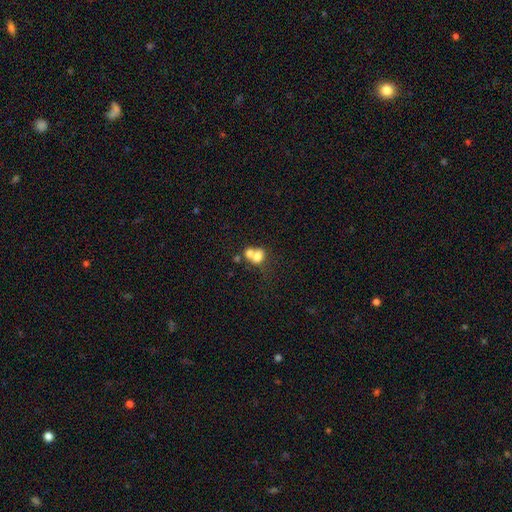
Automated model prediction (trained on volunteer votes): Smooth or featured: smooth — 69% (featured or disk — 20%)
How rounded: in between — 54% (round — 45%)
Merging: merger — 66% (none — 22%)